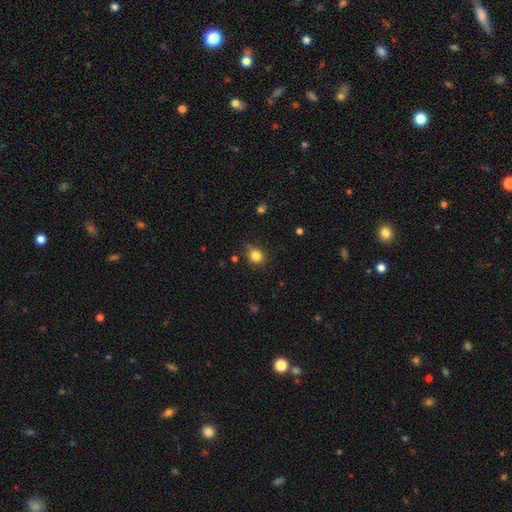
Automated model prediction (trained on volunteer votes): smooth-or-featured: smooth: 83% | star or artifact: 12% | featured or disk: 5%
  how-rounded: round: 83% | in between: 16% | cigar-shaped: 1%
  merging: none: 79% | minor disturbance: 14% | merger: 3% | major disturbance: 3%